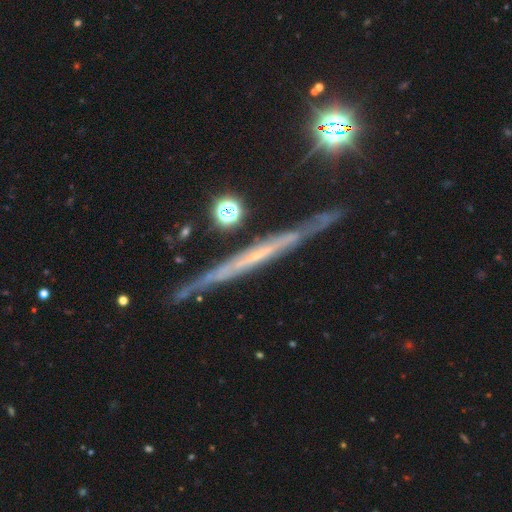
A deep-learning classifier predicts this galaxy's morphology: The model was most divided on "edge-on bulge": none: 73%, rounded: 21%, boxy: 6%. More confident: edge-on disk — yes (92%); merging — none (80%); smooth or featured — featured or disk (75%).